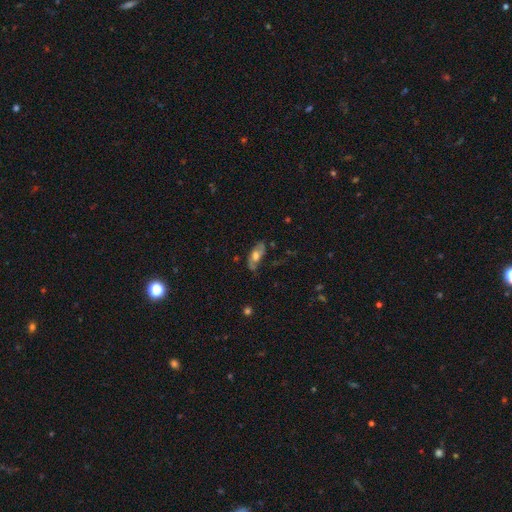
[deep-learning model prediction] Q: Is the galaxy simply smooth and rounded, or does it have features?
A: featured or disk — 50%.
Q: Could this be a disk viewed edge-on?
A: no — 78%.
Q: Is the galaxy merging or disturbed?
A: none — 70%.